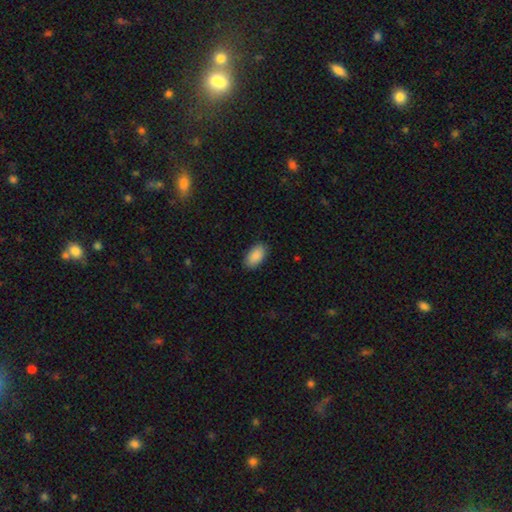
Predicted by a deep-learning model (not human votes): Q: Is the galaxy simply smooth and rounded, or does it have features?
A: smooth — 88%.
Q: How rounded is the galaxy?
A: in between — 94%.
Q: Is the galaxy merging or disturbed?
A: none — 86%.